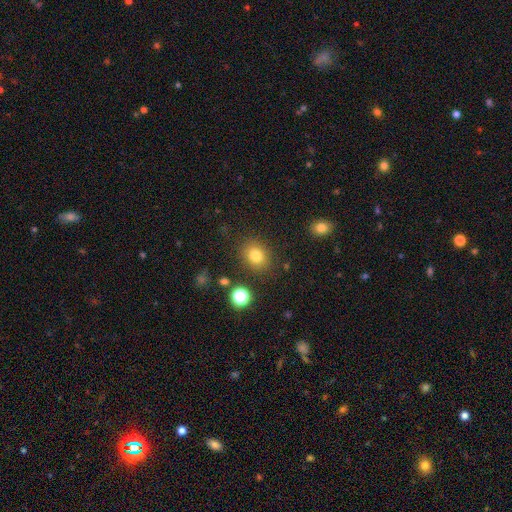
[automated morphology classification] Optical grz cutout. It shows a smooth galaxy with no disk features (79%) that is round (67%). Merging: none (84%).